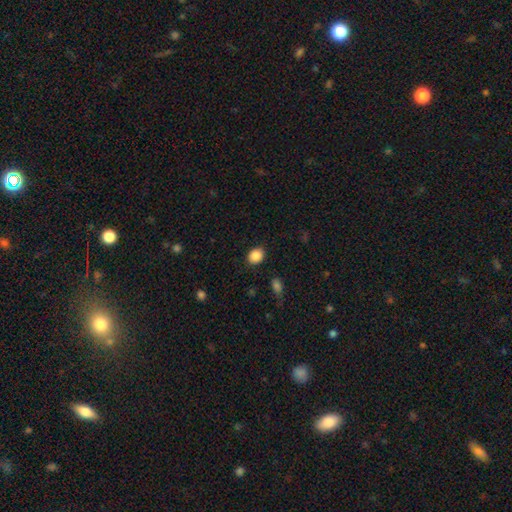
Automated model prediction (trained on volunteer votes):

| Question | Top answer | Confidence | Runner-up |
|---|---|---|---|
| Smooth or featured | smooth | 87% | star or artifact (9%) |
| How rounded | round | 56% | in between (43%) |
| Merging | none | 88% | minor disturbance (8%) |